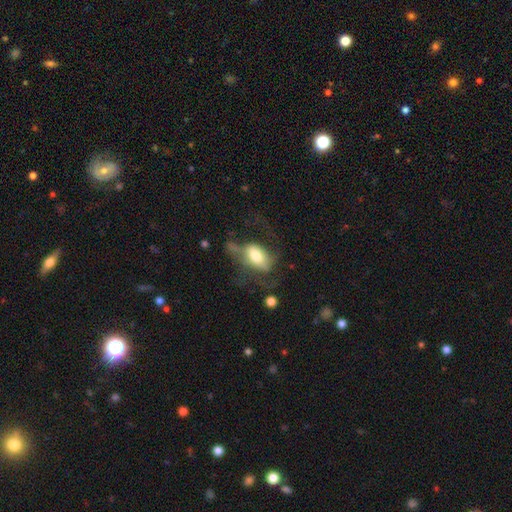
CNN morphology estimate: A smooth galaxy with no disk features (48%). Merging: major disturbance (49%).